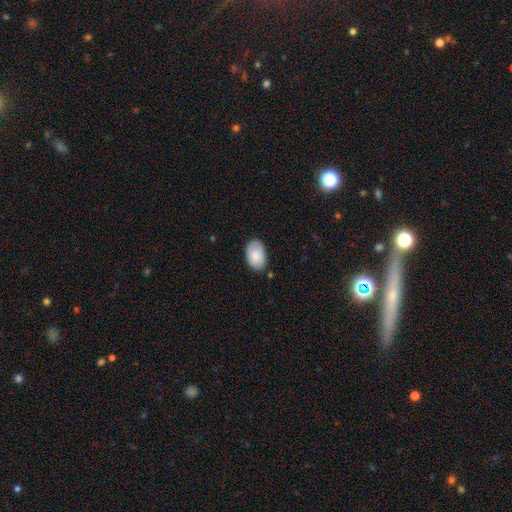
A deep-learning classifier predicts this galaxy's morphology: This is clearly a smooth galaxy (86%). How rounded: clearly in between (91%). Merging: likely none (80%).